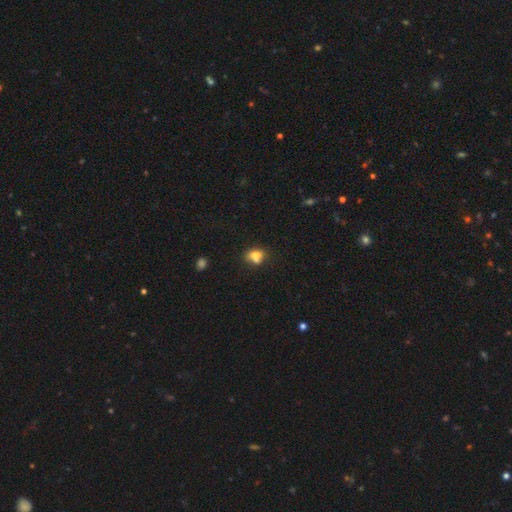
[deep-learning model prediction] A smooth galaxy with no disk features (73%) that is in between round and cigar-shaped (55%).

Vote fractions:
- Smooth or featured? smooth: 73% / featured or disk: 15% / star or artifact: 12%
- How rounded? in between: 55% / round: 44% / cigar-shaped: 2%
- Merging? none: 38% / merger: 35% / minor disturbance: 19% / major disturbance: 8%